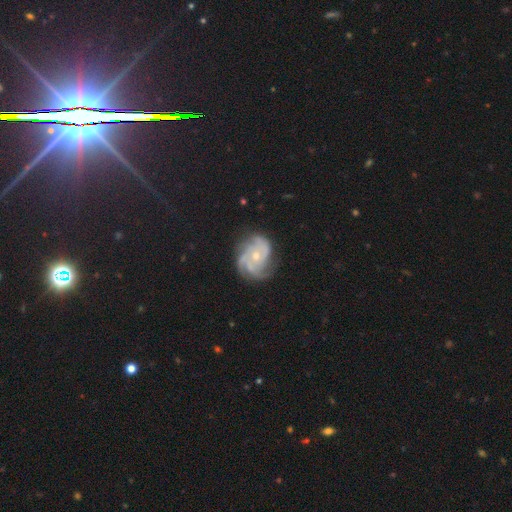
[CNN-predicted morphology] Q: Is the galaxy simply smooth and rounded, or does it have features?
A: featured or disk — 86%.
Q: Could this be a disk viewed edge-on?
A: no — 98%.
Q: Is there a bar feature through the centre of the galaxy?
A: no — 79%.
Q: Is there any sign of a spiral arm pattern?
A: yes — 97%.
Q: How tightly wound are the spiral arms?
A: tight — 51%.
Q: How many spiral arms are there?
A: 3 — 38%.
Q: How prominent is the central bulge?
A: small — 59%.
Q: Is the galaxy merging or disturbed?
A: none — 69%.